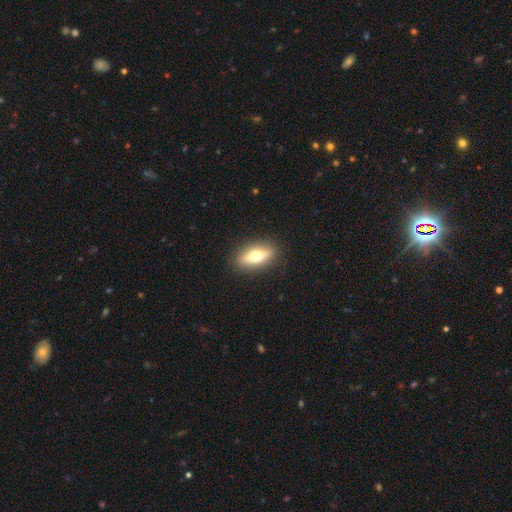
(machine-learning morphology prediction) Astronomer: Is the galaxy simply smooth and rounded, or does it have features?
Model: smooth — 53% (runner-up: featured or disk, 39%).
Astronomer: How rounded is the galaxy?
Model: in between — 64%.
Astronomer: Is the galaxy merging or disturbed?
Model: none — 88%.